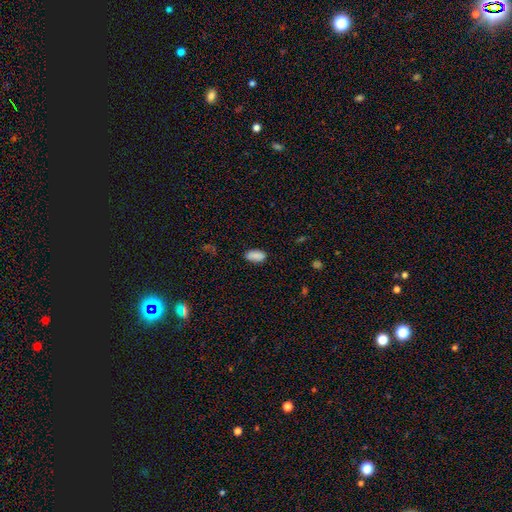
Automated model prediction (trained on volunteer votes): A smooth galaxy with no disk features (87%) that is in between round and cigar-shaped (93%).

Vote fractions:
- Smooth or featured? smooth: 87% / star or artifact: 8% / featured or disk: 5%
- How rounded? in between: 93% / cigar-shaped: 4% / round: 3%
- Merging? none: 83% / minor disturbance: 13% / major disturbance: 3% / merger: 2%